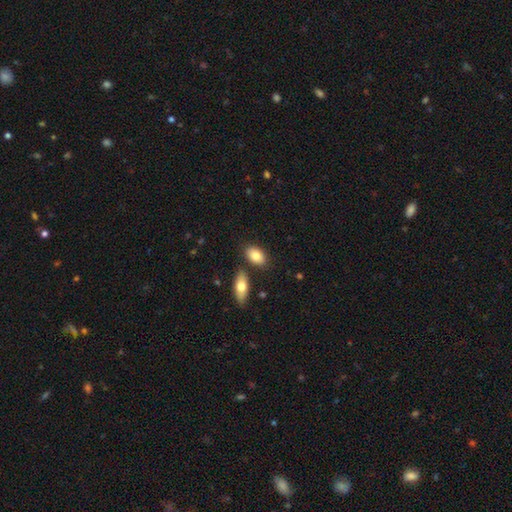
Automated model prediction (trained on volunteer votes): A smooth galaxy with no disk features (81%) that is in between round and cigar-shaped (91%).

Vote fractions:
- Smooth or featured? smooth: 81% / featured or disk: 12% / star or artifact: 6%
- How rounded? in between: 91% / round: 6% / cigar-shaped: 3%
- Merging? none: 76% / merger: 11% / minor disturbance: 10% / major disturbance: 3%